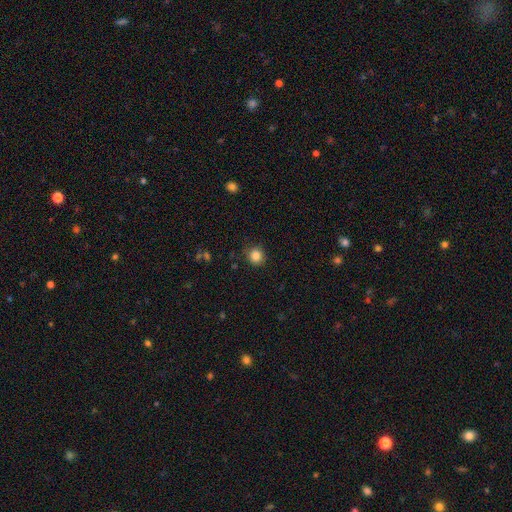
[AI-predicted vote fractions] This is clearly a smooth galaxy (85%). How rounded: clearly round (89%). Merging: clearly none (86%).